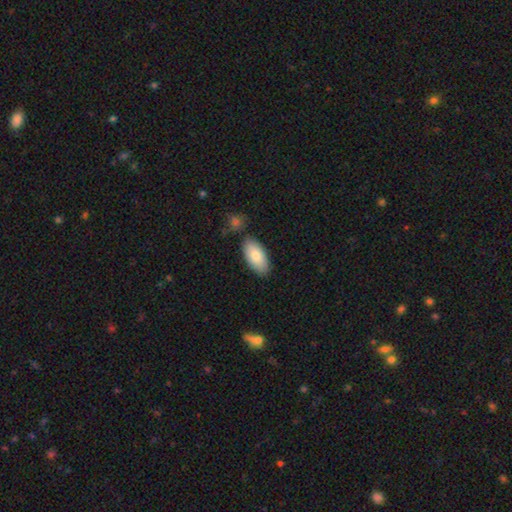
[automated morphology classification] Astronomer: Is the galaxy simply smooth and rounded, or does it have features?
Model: smooth — 83%.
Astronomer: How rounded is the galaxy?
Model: in between — 94%.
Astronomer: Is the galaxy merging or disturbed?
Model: none — 80%.